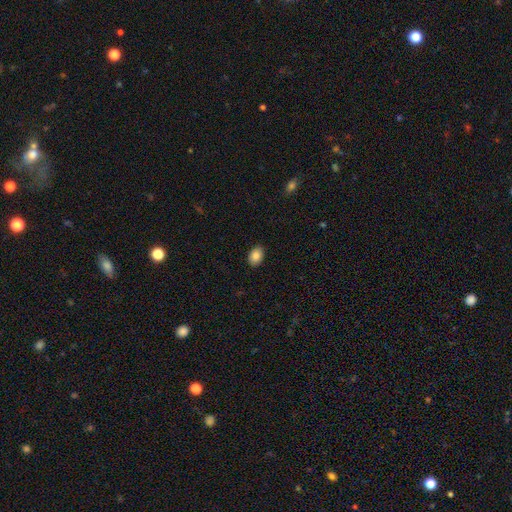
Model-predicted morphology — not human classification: Q: Smooth or featured?
A: smooth (85%); runner-up: star or artifact (8%)
Q: How rounded?
A: in between (78%); runner-up: round (21%)
Q: Merging?
A: none (88%); runner-up: minor disturbance (9%)